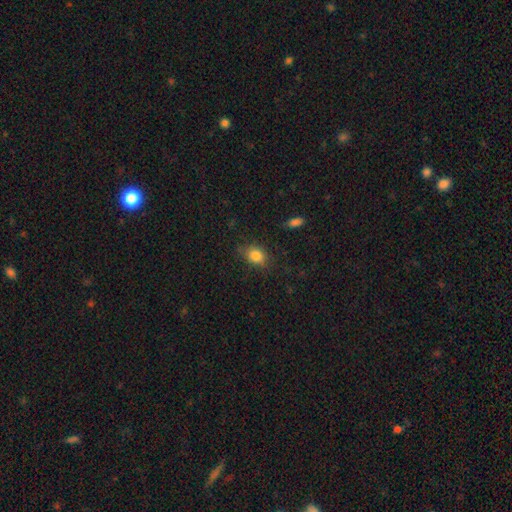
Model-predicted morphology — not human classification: This is clearly a smooth galaxy (83%). How rounded: likely in between (61%). Merging: likely none (75%).